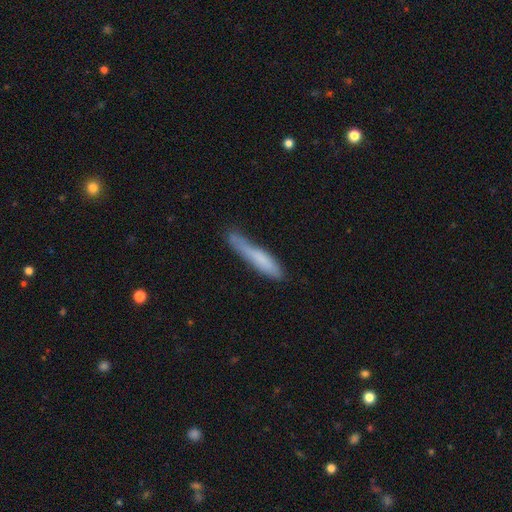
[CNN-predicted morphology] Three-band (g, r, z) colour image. It shows a smooth galaxy with no disk features (70%) that is cigar-shaped (92%). Merging: none (60%).